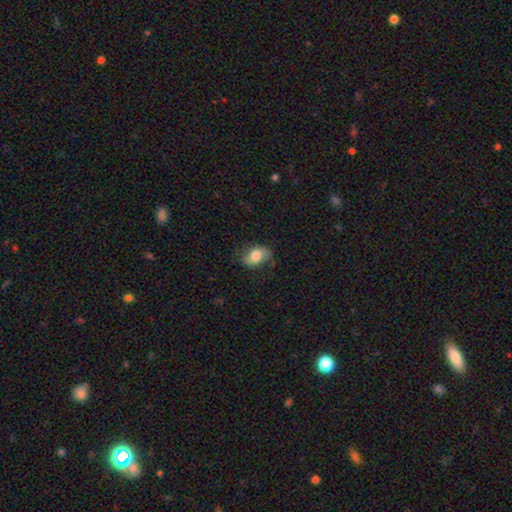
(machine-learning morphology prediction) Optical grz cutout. It shows a smooth galaxy with no disk features (75%) that is in between round and cigar-shaped (84%). Merging: none (70%).